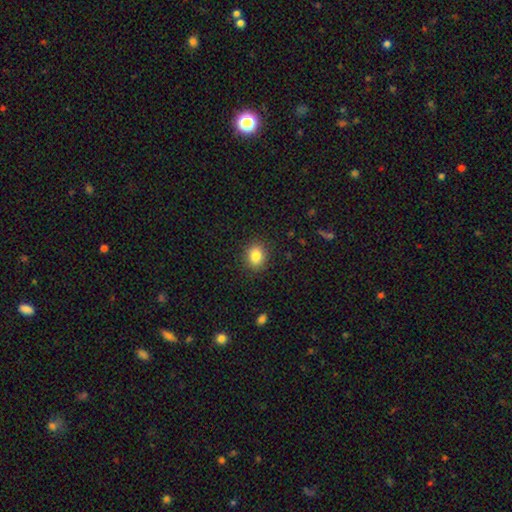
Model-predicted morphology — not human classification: A smooth galaxy with no disk features (85%) that is round (58%).

Vote fractions:
- Smooth or featured? smooth: 85% / star or artifact: 10% / featured or disk: 6%
- How rounded? round: 58% / in between: 41% / cigar-shaped: 1%
- Merging? none: 89% / minor disturbance: 8% / major disturbance: 2% / merger: 1%